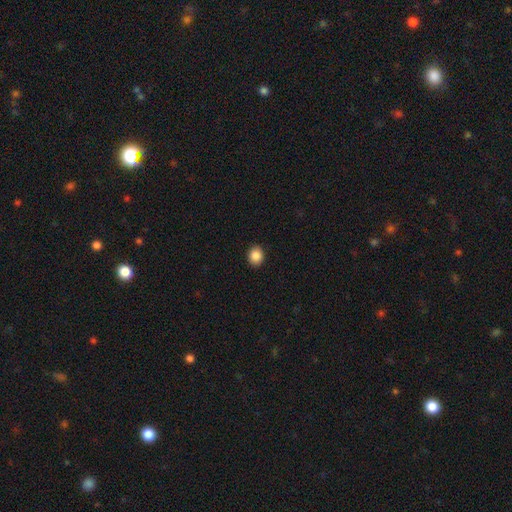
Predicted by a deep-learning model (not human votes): smooth 87%, star or artifact 9%, featured or disk 4%. Down the decision tree: how rounded — round (63%); merging — none (91%).